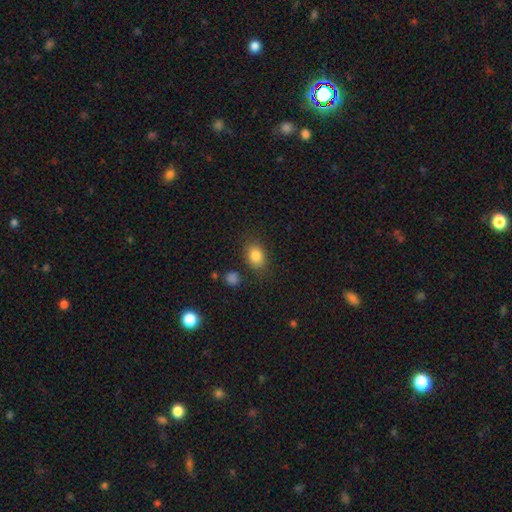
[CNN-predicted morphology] Smooth or featured? smooth (84%)
How rounded? in between (69%)
Merging? none (78%)